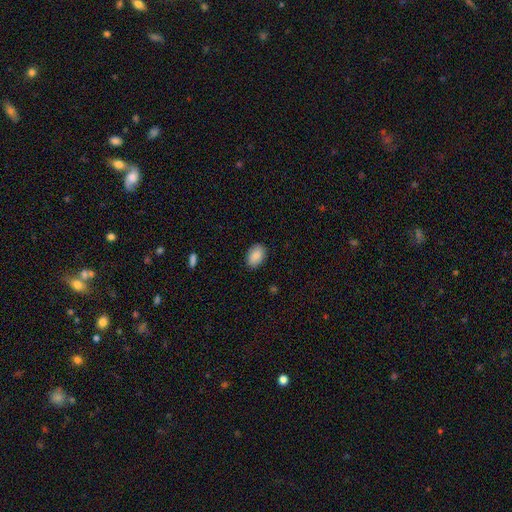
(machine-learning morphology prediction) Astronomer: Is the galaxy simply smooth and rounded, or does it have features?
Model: smooth — 88%.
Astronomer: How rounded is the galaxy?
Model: in between — 87%.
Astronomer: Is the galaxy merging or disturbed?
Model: none — 88%.